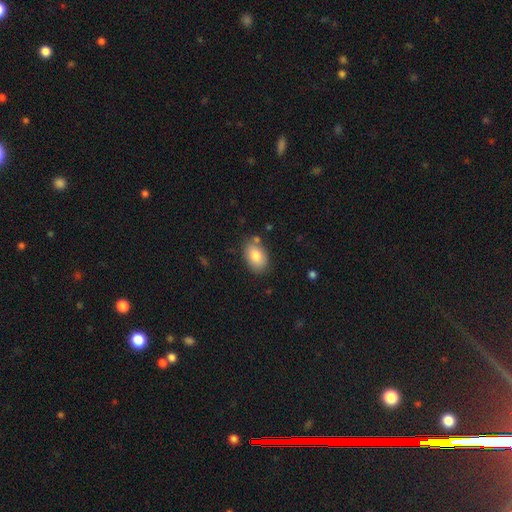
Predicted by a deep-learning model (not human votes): smooth_or_featured: smooth (p=0.82) [alt: featured or disk p=0.11]
how_rounded: in between (p=0.87) [alt: round p=0.12]
merging: none (p=0.78) [alt: minor disturbance p=0.14]